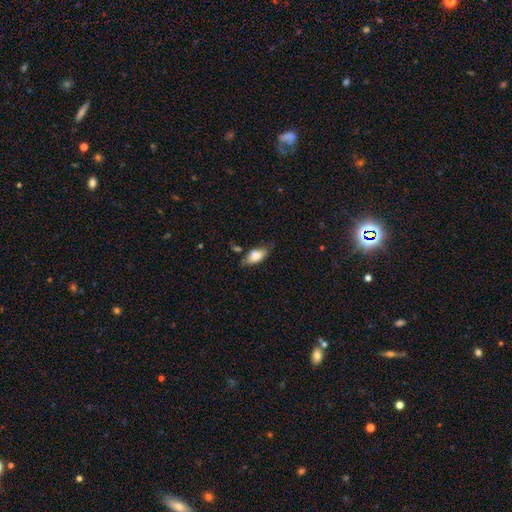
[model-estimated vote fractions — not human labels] Smooth or featured: smooth — 74% (featured or disk — 19%)
How rounded: in between — 86% (cigar-shaped — 10%)
Merging: none — 64% (minor disturbance — 25%)